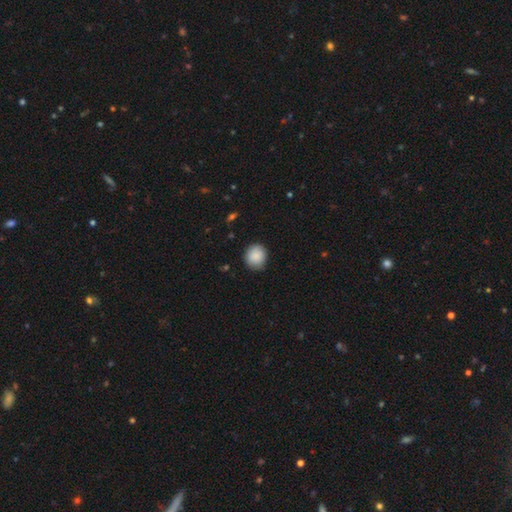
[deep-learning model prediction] A smooth galaxy with no disk features (89%) that is round (85%). Merging: none (84%).